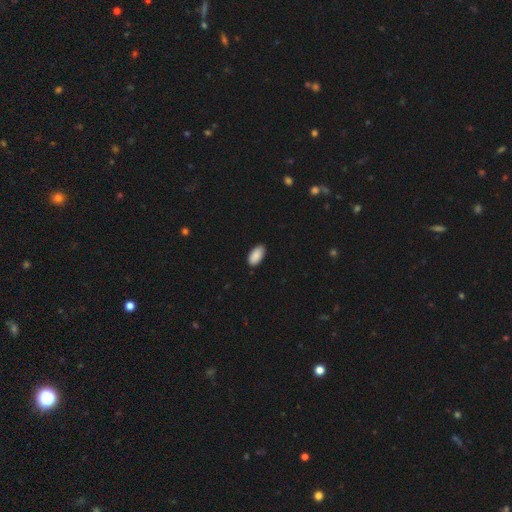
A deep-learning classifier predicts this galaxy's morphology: This appears to be a smooth galaxy with no disk features (91%) that is in between round and cigar-shaped (95%). Merging: none (86%).